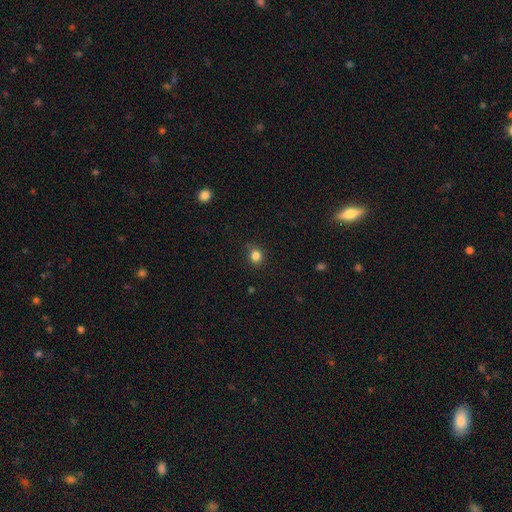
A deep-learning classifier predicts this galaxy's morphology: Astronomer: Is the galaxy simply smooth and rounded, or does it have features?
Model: smooth — 82%.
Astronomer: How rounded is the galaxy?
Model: round — 81%.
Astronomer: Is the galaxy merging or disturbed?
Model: none — 80%.